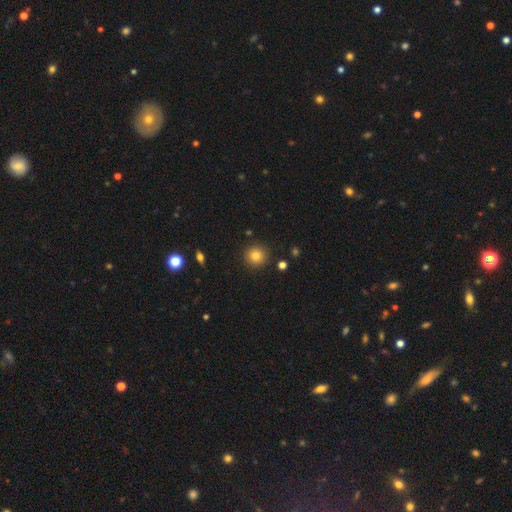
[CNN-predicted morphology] smooth-or-featured: smooth: 81% | star or artifact: 12% | featured or disk: 7%
  how-rounded: round: 93% | in between: 6% | cigar-shaped: 1%
  merging: none: 90% | minor disturbance: 6% | major disturbance: 2% | merger: 2%